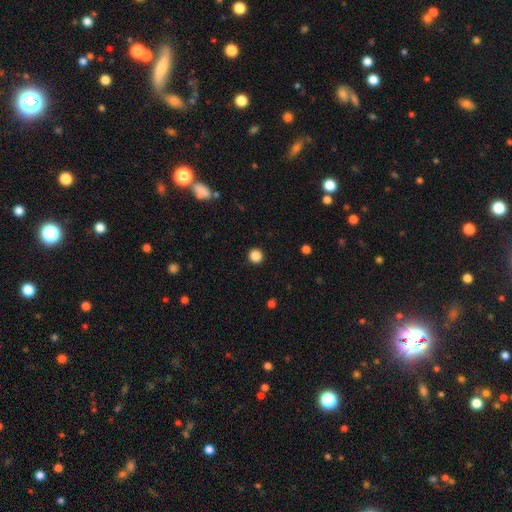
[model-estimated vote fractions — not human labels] smooth_or_featured: smooth (p=0.87) [alt: star or artifact p=0.11]
how_rounded: round (p=0.95) [alt: in between p=0.04]
merging: none (p=0.93) [alt: minor disturbance p=0.04]